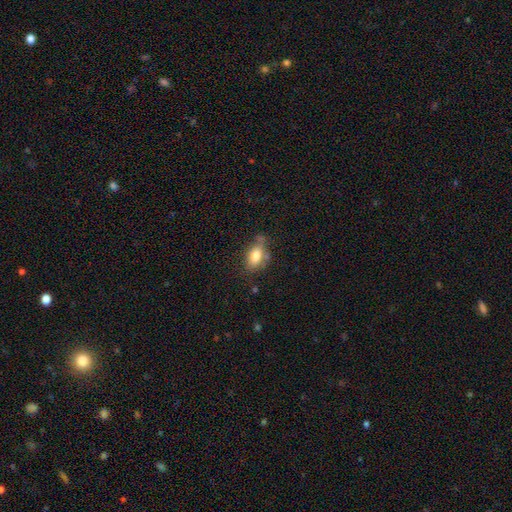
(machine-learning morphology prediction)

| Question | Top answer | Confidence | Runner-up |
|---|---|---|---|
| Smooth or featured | smooth | 78% | featured or disk (14%) |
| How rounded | in between | 85% | round (10%) |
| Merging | none | 55% | minor disturbance (28%) |